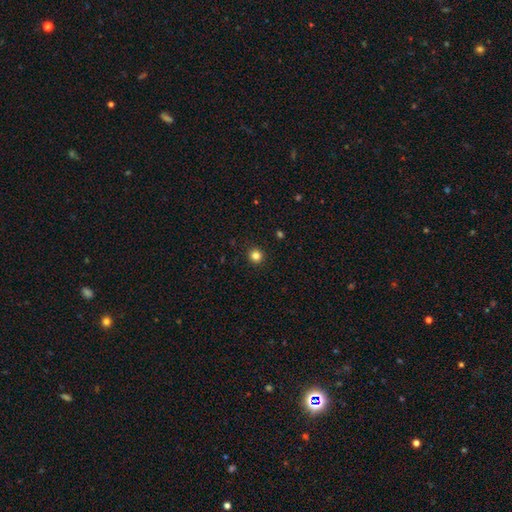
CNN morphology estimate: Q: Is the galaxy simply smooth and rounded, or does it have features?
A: smooth — 83%.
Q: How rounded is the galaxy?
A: round — 94%.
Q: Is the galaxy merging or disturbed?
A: none — 93%.